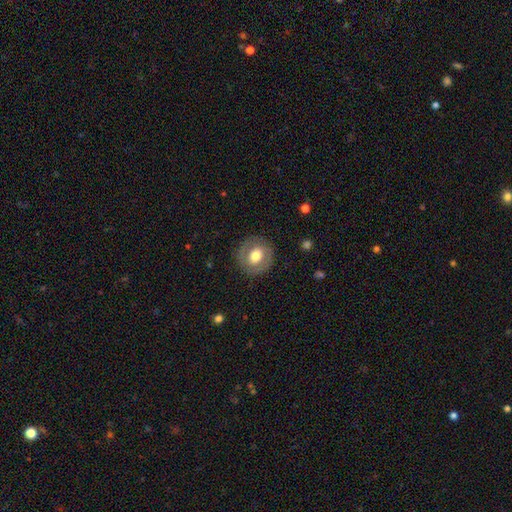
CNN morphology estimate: Q: Smooth or featured?
A: smooth (55%); runner-up: featured or disk (38%)
Q: How rounded?
A: round (82%); runner-up: in between (17%)
Q: Merging?
A: none (84%); runner-up: minor disturbance (10%)